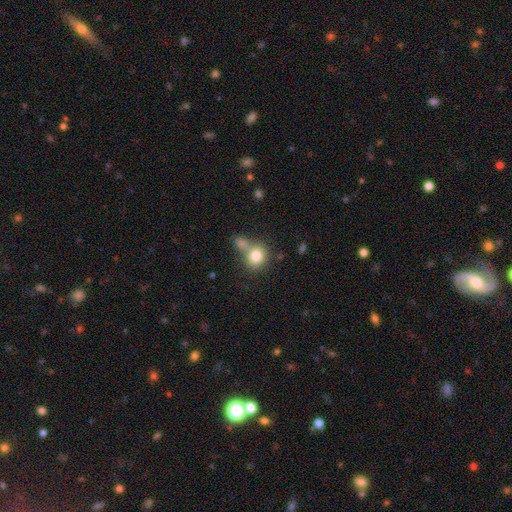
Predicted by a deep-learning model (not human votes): This appears to be a smooth galaxy with no disk features (81%) that is round (72%). Merging: none (47%).